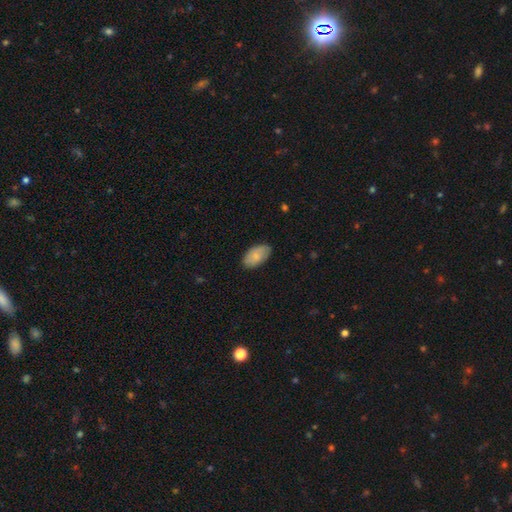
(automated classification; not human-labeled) smooth-or-featured: smooth: 80% | featured or disk: 14% | star or artifact: 6%
  how-rounded: in between: 95% | round: 4% | cigar-shaped: 2%
  merging: none: 83% | minor disturbance: 14% | major disturbance: 2% | merger: 1%